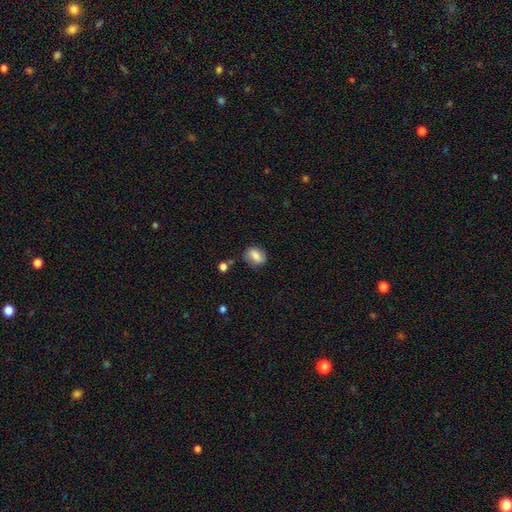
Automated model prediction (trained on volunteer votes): The model was most divided on "how rounded": in between: 67%, round: 30%, cigar-shaped: 3%. More confident: smooth or featured — smooth (73%); merging — none (67%).